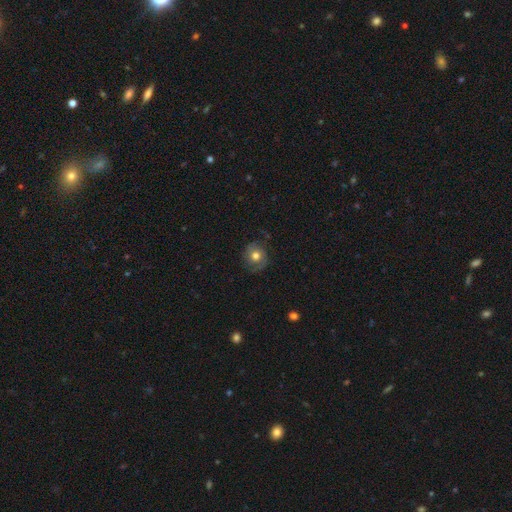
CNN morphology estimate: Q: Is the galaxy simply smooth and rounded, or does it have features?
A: smooth — 54%.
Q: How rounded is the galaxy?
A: round — 82%.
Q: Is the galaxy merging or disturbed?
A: none — 76%.